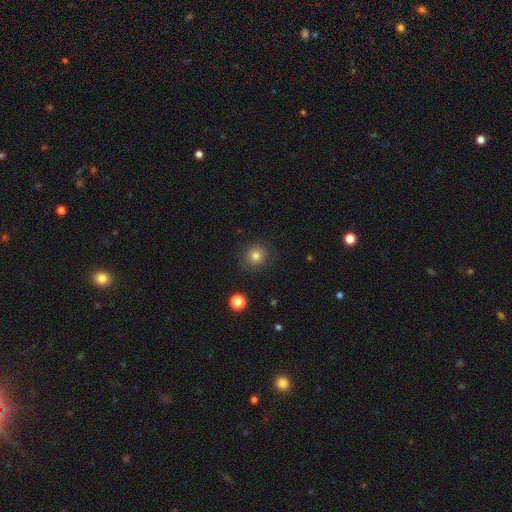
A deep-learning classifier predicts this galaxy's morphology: Overall: smooth (81%). How rounded: round (91%). Merging: none (88%).